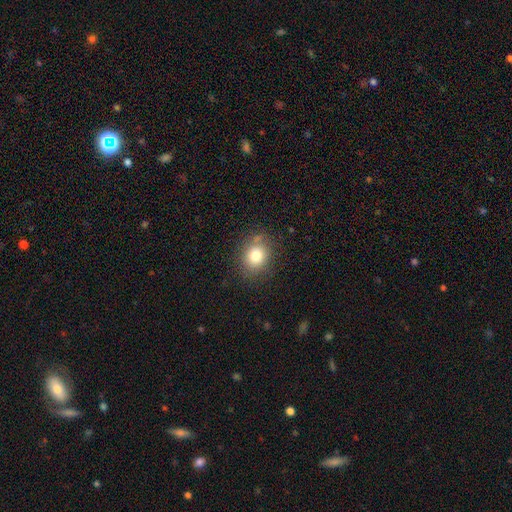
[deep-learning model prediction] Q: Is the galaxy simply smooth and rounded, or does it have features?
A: smooth — 78%.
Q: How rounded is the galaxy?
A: round — 59%.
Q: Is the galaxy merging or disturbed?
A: none — 79%.